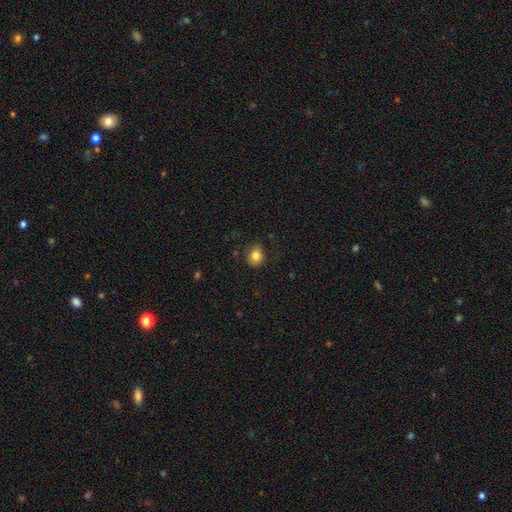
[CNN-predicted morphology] A smooth galaxy with no disk features (83%) that is round (52%).

Vote fractions:
- Smooth or featured? smooth: 83% / star or artifact: 10% / featured or disk: 7%
- How rounded? round: 52% / in between: 47% / cigar-shaped: 1%
- Merging? none: 82% / minor disturbance: 13% / major disturbance: 3% / merger: 1%